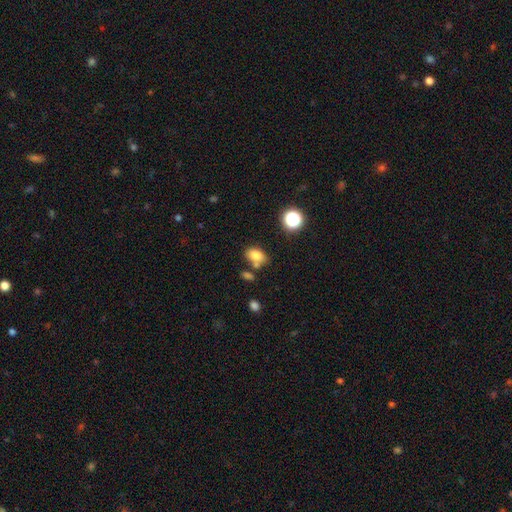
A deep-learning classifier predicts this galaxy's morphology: A smooth galaxy with no disk features (78%) that is in between round and cigar-shaped (77%).

Vote fractions:
- Smooth or featured? smooth: 78% / star or artifact: 12% / featured or disk: 10%
- How rounded? in between: 77% / round: 22% / cigar-shaped: 1%
- Merging? none: 59% / merger: 20% / minor disturbance: 16% / major disturbance: 5%